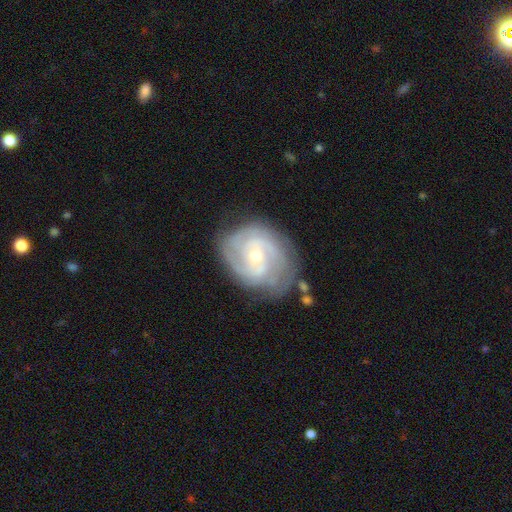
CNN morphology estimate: A featured or disk galaxy (86%) with no bar (56%), 2 (37%) tight (61%) spiral arms (96%) and a small central bulge (55%).

Vote fractions:
- Smooth or featured? featured or disk: 86% / smooth: 8% / star or artifact: 5%
- Edge-on disk? no: 98% / yes: 2%
- Bar? no: 56% / weak: 36% / strong: 8%
- Spiral arms? yes: 96% / no: 4%
- Spiral winding? tight: 61% / medium: 33% / loose: 6%
- Spiral arm count? 2: 37% / 3: 26% / can't tell: 21% / 4: 8% / 1: 4% / more than 4: 4%
- Bulge size? small: 55% / moderate: 42% / large: 1% / none: 1% / dominant: 1%
- Merging? none: 70% / minor disturbance: 20% / major disturbance: 7% / merger: 2%